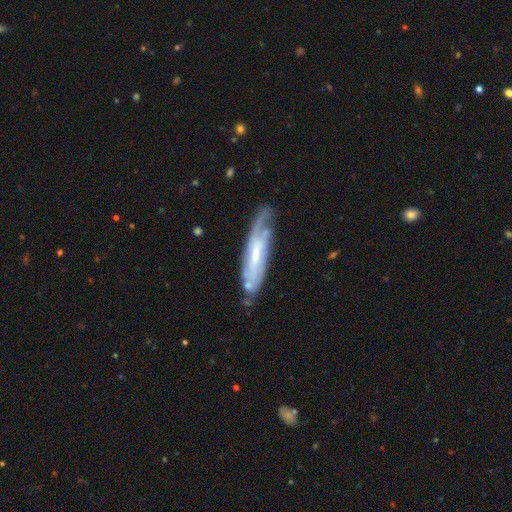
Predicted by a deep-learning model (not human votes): Smooth or featured?
  - featured or disk: 70% *
  - smooth: 23%
  - star or artifact: 6%
Edge-on disk?
  - no: 63% *
  - yes: 37%
Merging?
  - none: 65% *
  - minor disturbance: 23%
  - major disturbance: 9%
  - merger: 3%